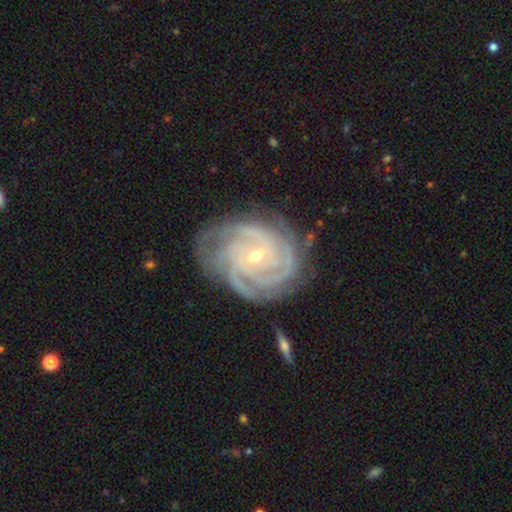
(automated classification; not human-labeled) Smooth or featured? Predicted: featured or disk (p=0.91). Edge-on disk? Predicted: no (p=0.98). Bar? Predicted: weak (p=0.45). Spiral arms? Predicted: yes (p=0.98). Spiral winding? Predicted: tight (p=0.79). Spiral arm count? Predicted: 4 (p=0.38). Bulge size? Predicted: small (p=0.59). Merging? Predicted: none (p=0.76).